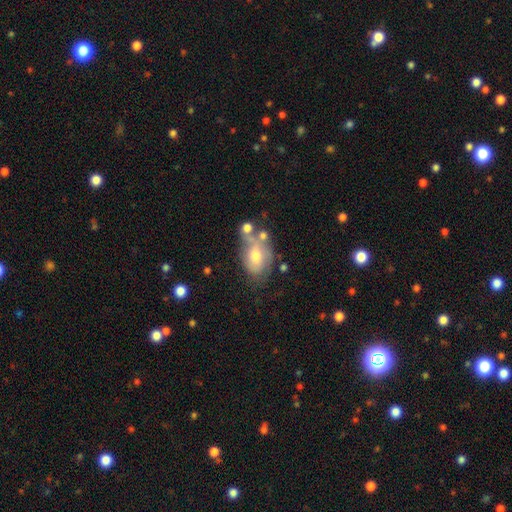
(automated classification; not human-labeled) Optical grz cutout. It shows a smooth galaxy with no disk features (54%) that is in between round and cigar-shaped (85%). Merging: none (34%).